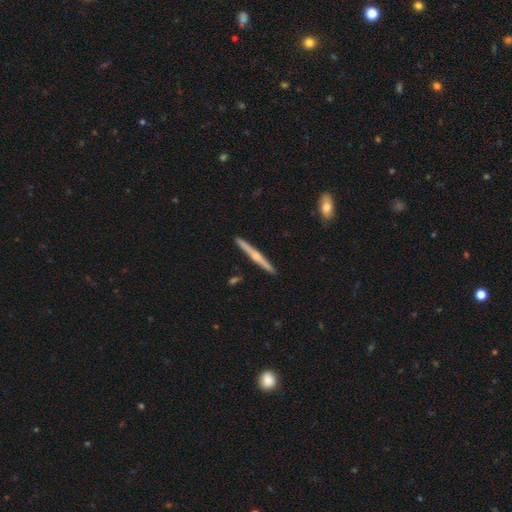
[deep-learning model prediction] Smooth or featured?
  - featured or disk: 72% *
  - smooth: 22%
  - star or artifact: 5%
Edge-on disk?
  - yes: 98% *
  - no: 2%
Edge-on bulge?
  - rounded: 82% *
  - none: 12%
  - boxy: 5%
Merging?
  - none: 92% *
  - minor disturbance: 6%
  - merger: 1%
  - major disturbance: 1%